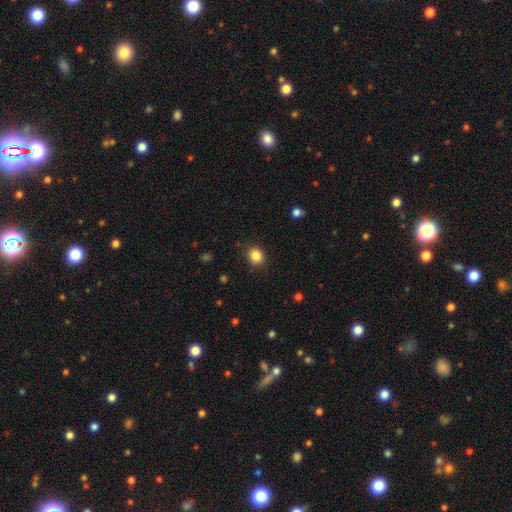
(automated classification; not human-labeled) Smooth or featured?
  - smooth: 86% *
  - star or artifact: 10%
  - featured or disk: 4%
How rounded?
  - round: 74% *
  - in between: 25%
  - cigar-shaped: 1%
Merging?
  - none: 87% *
  - minor disturbance: 9%
  - major disturbance: 3%
  - merger: 1%